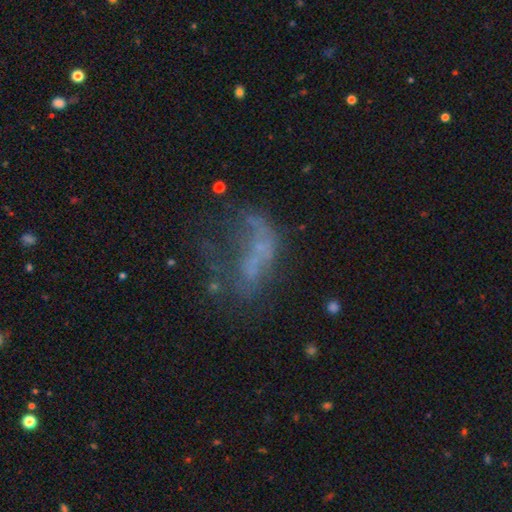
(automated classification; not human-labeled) Q: Smooth or featured?
A: featured or disk (49%); runner-up: smooth (27%)
Q: Merging?
A: major disturbance (42%); runner-up: none (30%)